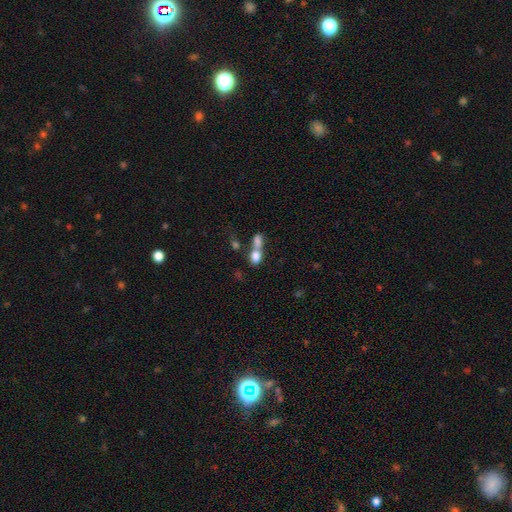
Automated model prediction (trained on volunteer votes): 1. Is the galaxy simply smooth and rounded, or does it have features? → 76% smooth, 14% featured or disk, 10% star or artifact.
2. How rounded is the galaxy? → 68% in between, 28% round, 5% cigar-shaped.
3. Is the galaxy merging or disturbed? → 67% merger, 21% none, 6% minor disturbance, 6% major disturbance.